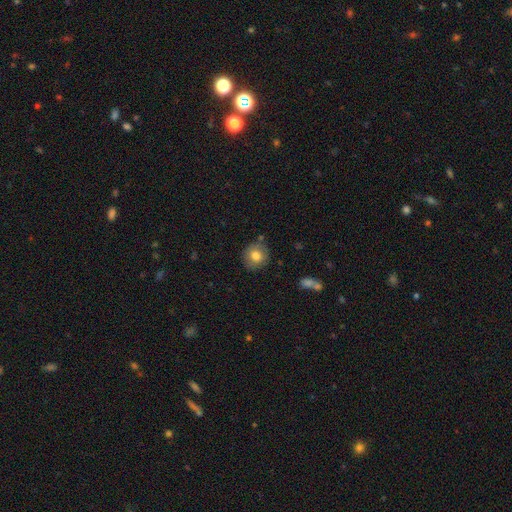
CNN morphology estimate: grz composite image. It shows a smooth galaxy with no disk features (78%) that is round (86%). Merging: none (83%).